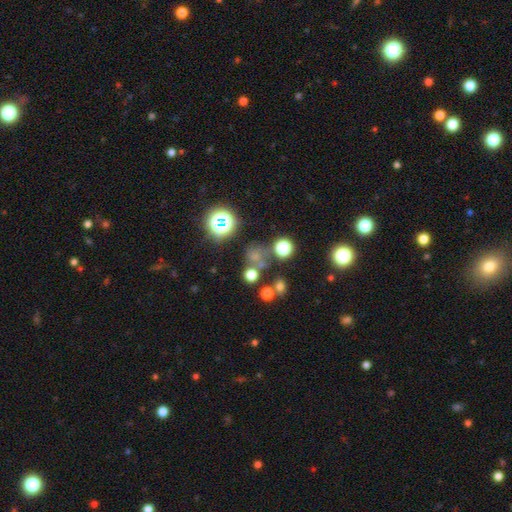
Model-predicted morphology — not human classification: smooth_or_featured: smooth (p=0.52) [alt: star or artifact p=0.37]
how_rounded: round (p=0.83) [alt: in between p=0.16]
merging: none (p=0.58) [alt: merger p=0.21]